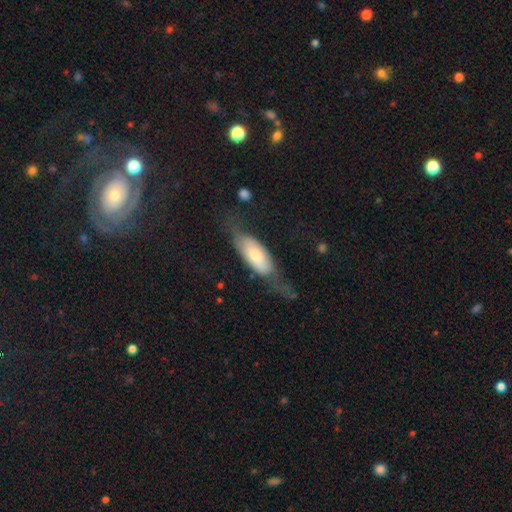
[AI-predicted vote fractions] Overall: smooth (59%; featured or disk 35%). How rounded: in between (77%). Merging: none (37%; major disturbance 32%).